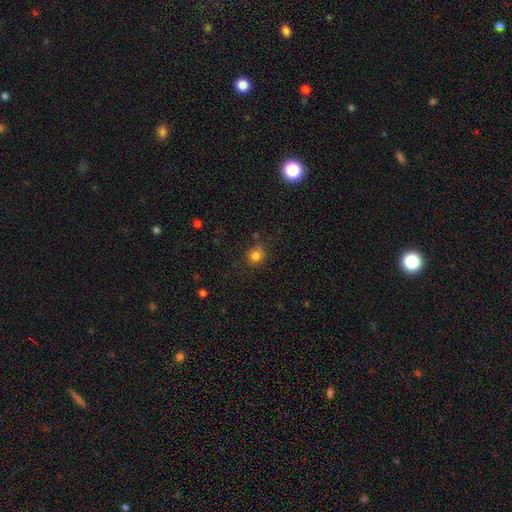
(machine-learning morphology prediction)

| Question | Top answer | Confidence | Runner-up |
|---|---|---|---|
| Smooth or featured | smooth | 82% | star or artifact (12%) |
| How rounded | round | 78% | in between (21%) |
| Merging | none | 73% | minor disturbance (17%) |